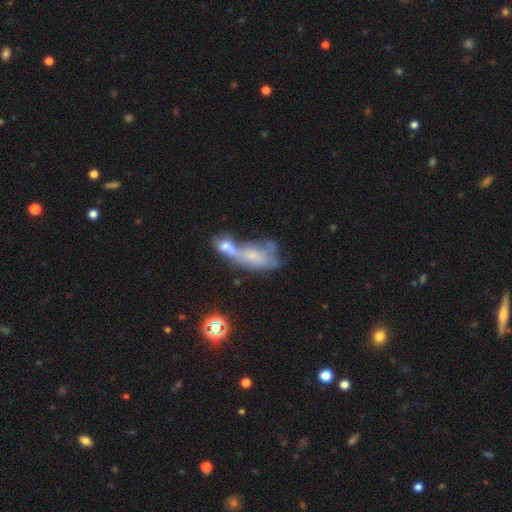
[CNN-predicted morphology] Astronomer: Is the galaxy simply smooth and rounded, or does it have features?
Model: smooth — 46% (runner-up: featured or disk, 42%).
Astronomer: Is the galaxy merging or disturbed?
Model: merger — 61%.